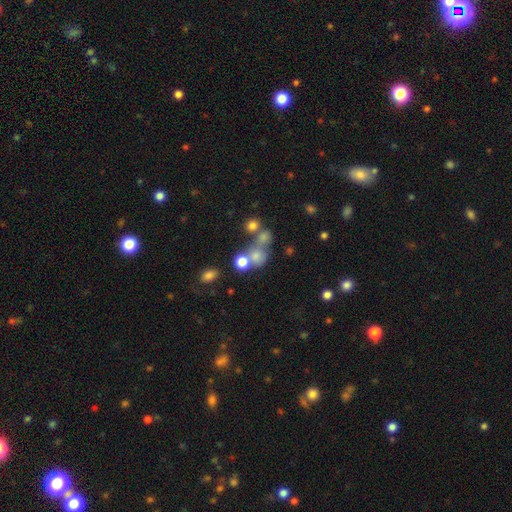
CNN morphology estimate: This is possibly a smooth galaxy (60%). How rounded: likely round (74%). Merging: marginally none (41%).